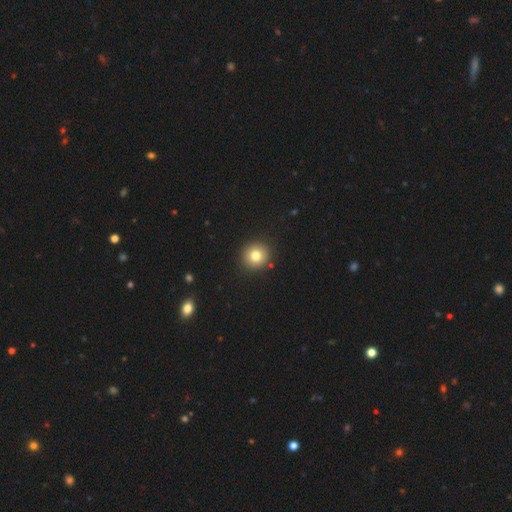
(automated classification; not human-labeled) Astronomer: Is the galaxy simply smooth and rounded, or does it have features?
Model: smooth — 78%.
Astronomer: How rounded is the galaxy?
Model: round — 93%.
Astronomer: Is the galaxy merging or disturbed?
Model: none — 91%.